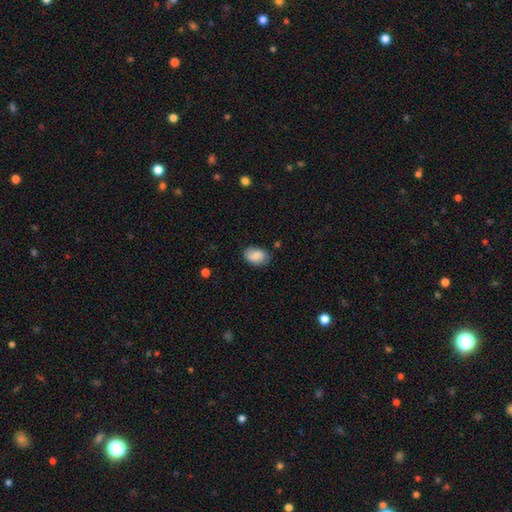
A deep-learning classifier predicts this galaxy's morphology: type=smooth (80%); roundness=in between (85%); merging=none (77%).